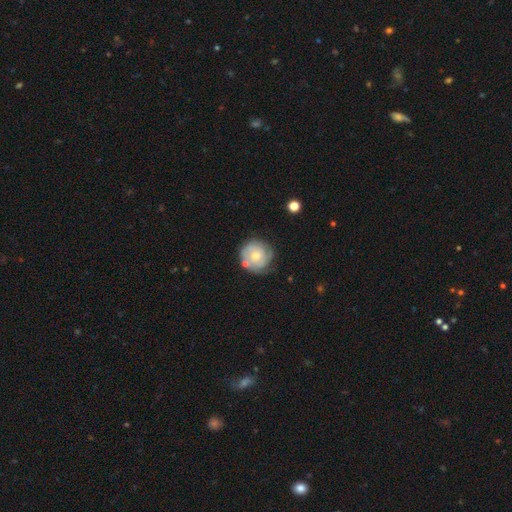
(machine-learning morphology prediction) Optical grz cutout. It shows a featured or disk galaxy (57%) with no bar (79%), spiral arms (77%) and a moderate central bulge (49%). Merging: none (65%).